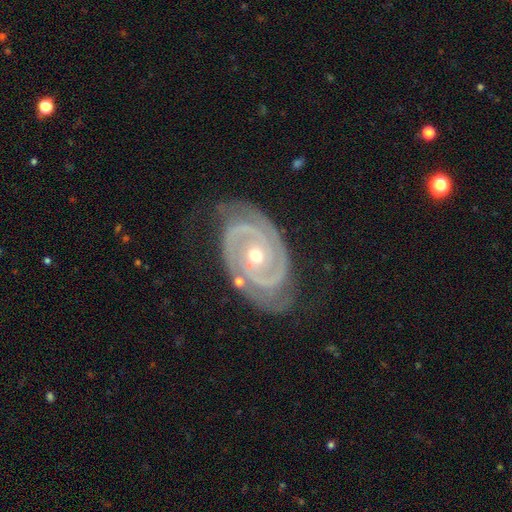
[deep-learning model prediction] Morphology: type=featured or disk (93%); edge-on=no (97%); bar=no (68%); spiral arms=yes (99%); winding=tight (75%); arm count=2 (86%); bulge=moderate (52%); merging=none (78%).